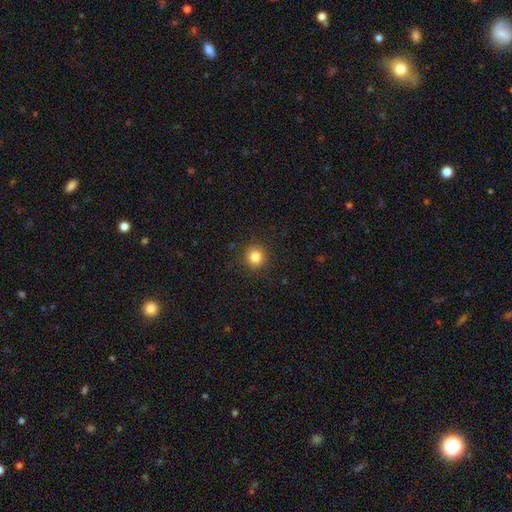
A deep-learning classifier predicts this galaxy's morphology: Q: Smooth or featured?
A: smooth (84%); runner-up: star or artifact (11%)
Q: How rounded?
A: round (92%); runner-up: in between (7%)
Q: Merging?
A: none (90%); runner-up: minor disturbance (6%)